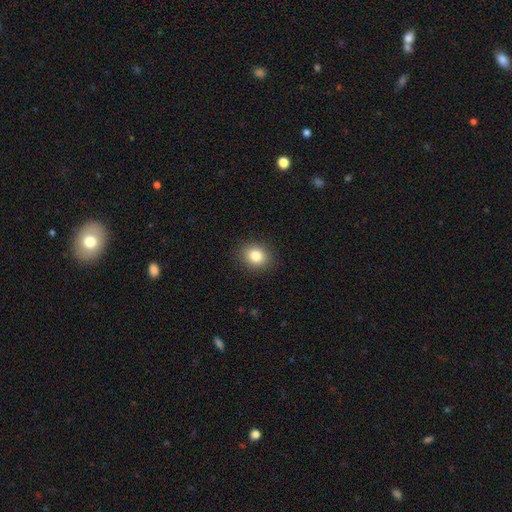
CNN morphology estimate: Q: Smooth or featured?
A: smooth (84%); runner-up: star or artifact (10%)
Q: How rounded?
A: round (60%); runner-up: in between (39%)
Q: Merging?
A: none (90%); runner-up: minor disturbance (7%)